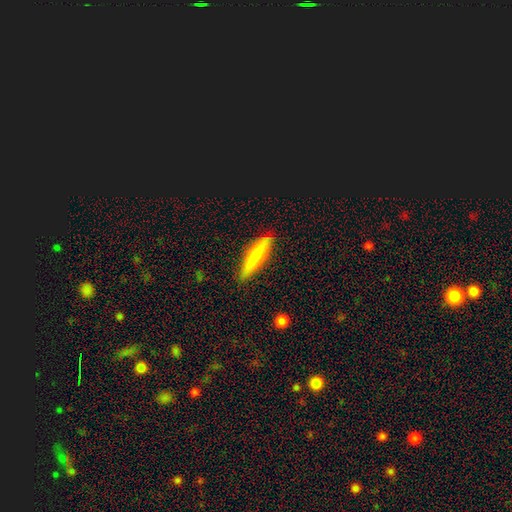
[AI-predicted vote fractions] smooth-or-featured: smooth: 74% | featured or disk: 20% | star or artifact: 6%
  how-rounded: cigar-shaped: 81% | in between: 17% | round: 2%
  merging: none: 86% | minor disturbance: 11% | major disturbance: 2% | merger: 1%